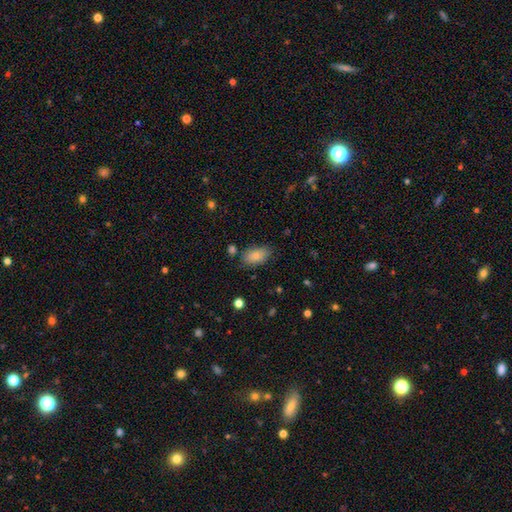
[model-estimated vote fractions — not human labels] This appears to be a smooth galaxy with no disk features (84%) that is in between round and cigar-shaped (92%). Merging: none (76%).